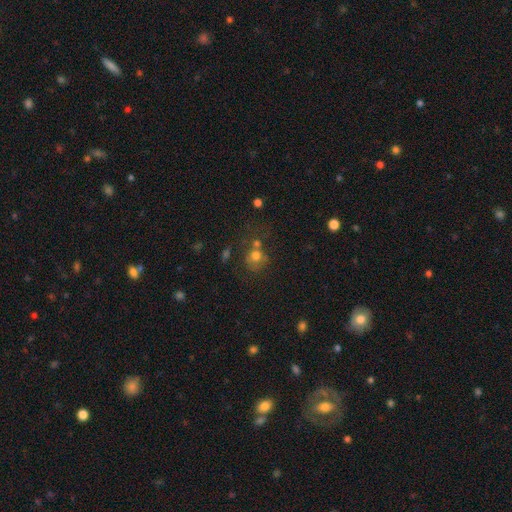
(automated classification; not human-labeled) Smooth or featured: smooth — 68% (featured or disk — 17%)
How rounded: round — 77% (in between — 22%)
Merging: none — 40% (merger — 31%)